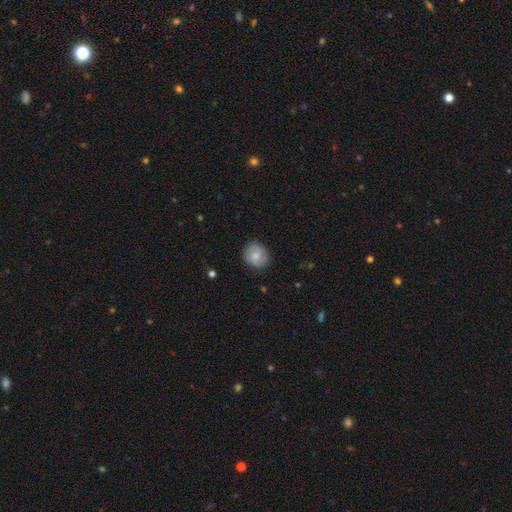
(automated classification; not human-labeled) This appears to be a smooth galaxy with no disk features (66%) that is round (78%). Merging: none (80%).